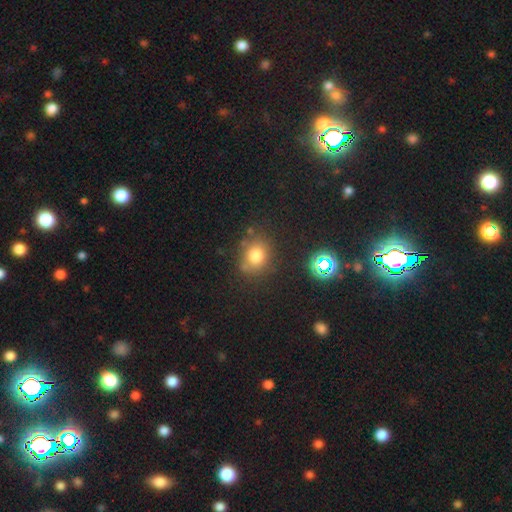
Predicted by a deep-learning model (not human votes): The model was most divided on "how rounded": round: 66%, in between: 33%, cigar-shaped: 1%. More confident: merging — none (74%); smooth or featured — smooth (74%).